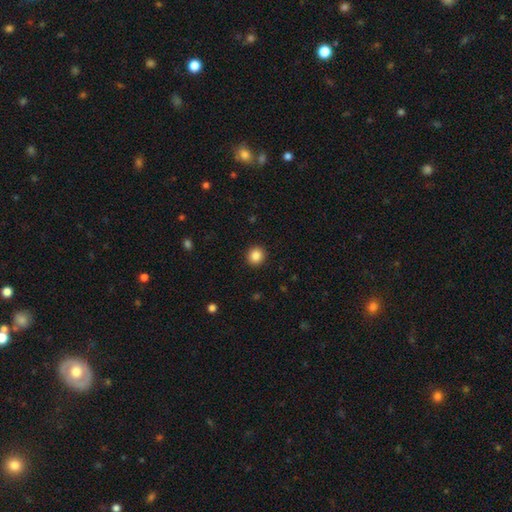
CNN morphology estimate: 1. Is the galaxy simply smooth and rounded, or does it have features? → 86% smooth, 10% star or artifact, 4% featured or disk.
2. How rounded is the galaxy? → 89% round, 10% in between, 1% cigar-shaped.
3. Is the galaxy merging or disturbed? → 92% none, 5% minor disturbance, 2% major disturbance, 1% merger.